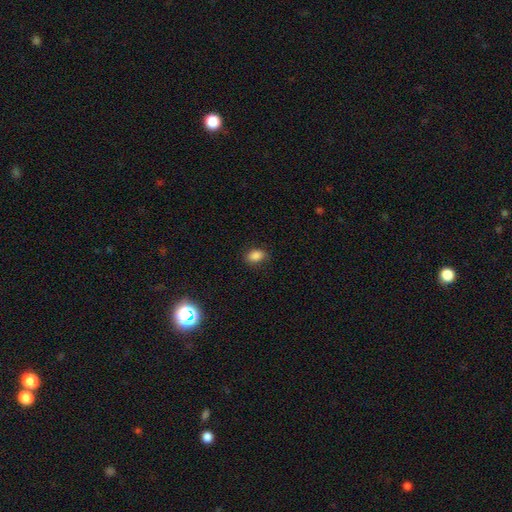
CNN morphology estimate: Smooth or featured?
  - smooth: 85% *
  - star or artifact: 10%
  - featured or disk: 5%
How rounded?
  - in between: 77% *
  - round: 22%
  - cigar-shaped: 1%
Merging?
  - none: 83% *
  - minor disturbance: 13%
  - major disturbance: 3%
  - merger: 1%